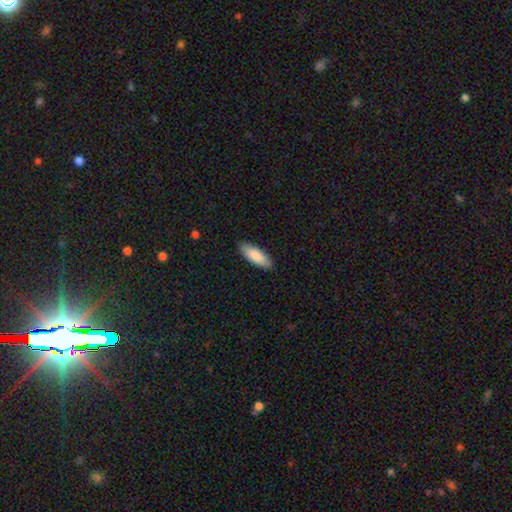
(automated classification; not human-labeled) Overall: smooth (85%). How rounded: in between (65%; cigar-shaped 34%). Merging: none (89%).